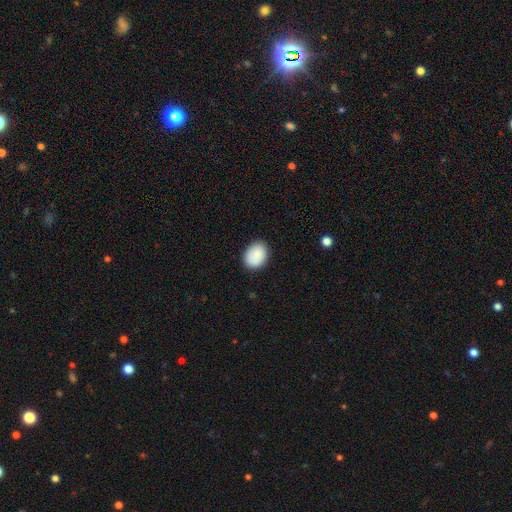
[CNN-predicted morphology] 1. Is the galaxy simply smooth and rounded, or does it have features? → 87% smooth, 7% star or artifact, 6% featured or disk.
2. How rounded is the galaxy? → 65% in between, 34% round, 1% cigar-shaped.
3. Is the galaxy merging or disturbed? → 84% none, 12% minor disturbance, 3% major disturbance, 1% merger.